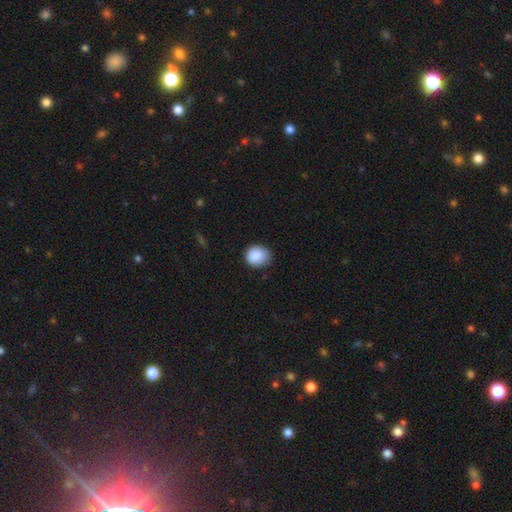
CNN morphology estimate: smooth 88%, star or artifact 8%, featured or disk 4%. Down the decision tree: how rounded — round (72%); merging — none (75%).